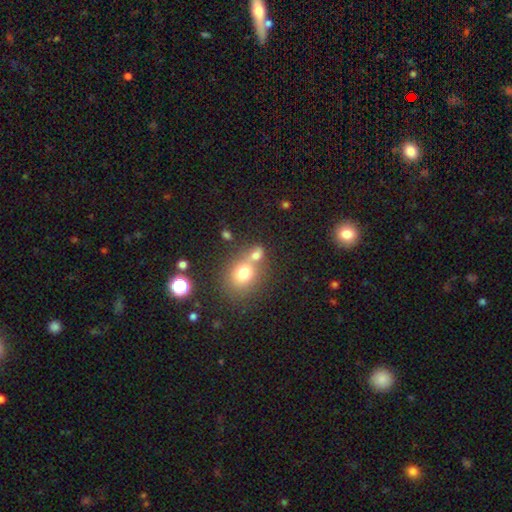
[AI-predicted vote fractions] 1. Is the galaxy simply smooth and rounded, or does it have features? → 74% smooth, 14% star or artifact, 11% featured or disk.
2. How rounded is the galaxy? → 55% round, 43% in between, 2% cigar-shaped.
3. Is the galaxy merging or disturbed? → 50% merger, 37% none, 9% minor disturbance, 5% major disturbance.